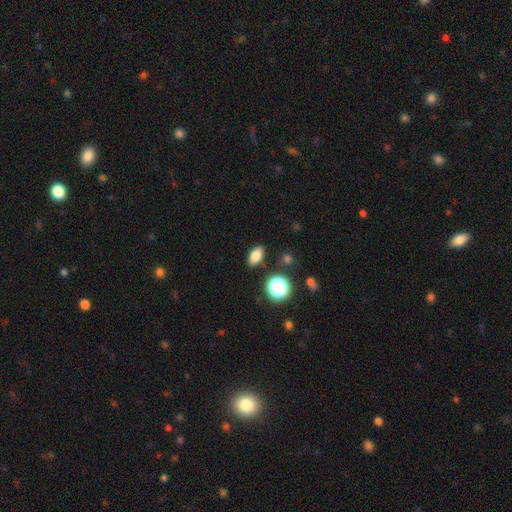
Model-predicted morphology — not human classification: Overall: smooth (79%). How rounded: in between (84%). Merging: none (86%).